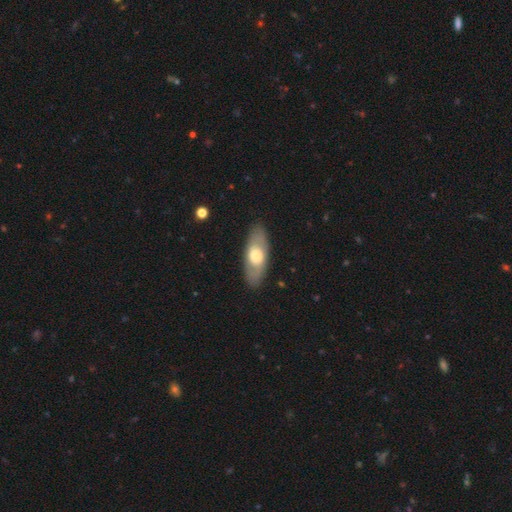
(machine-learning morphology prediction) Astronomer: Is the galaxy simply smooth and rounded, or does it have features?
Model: smooth — 56% (runner-up: featured or disk, 39%).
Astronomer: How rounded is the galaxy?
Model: in between — 79%.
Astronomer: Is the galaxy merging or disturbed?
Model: none — 86%.